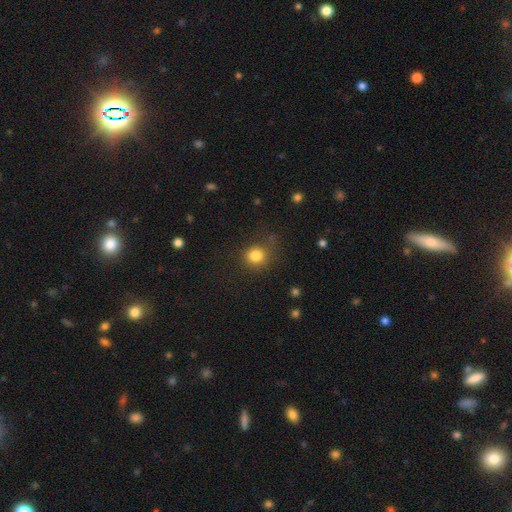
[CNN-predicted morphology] This is clearly a smooth galaxy (83%). How rounded: likely round (79%). Merging: likely none (72%).